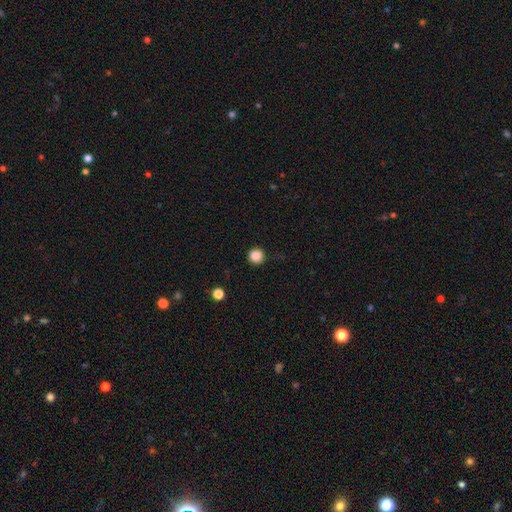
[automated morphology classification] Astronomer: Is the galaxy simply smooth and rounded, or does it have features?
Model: smooth — 87%.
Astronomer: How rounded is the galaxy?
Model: round — 94%.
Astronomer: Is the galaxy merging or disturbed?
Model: none — 89%.